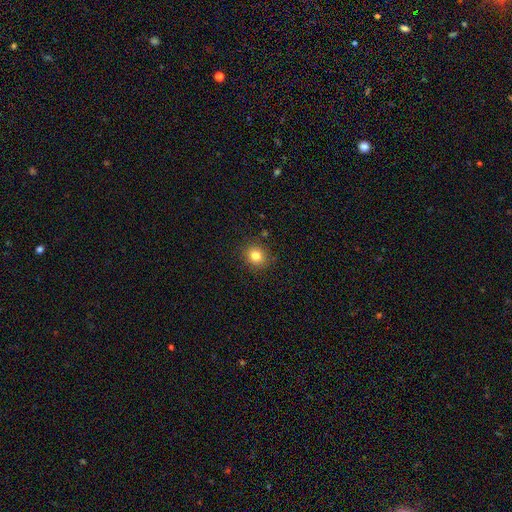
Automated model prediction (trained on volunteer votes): Q: Smooth or featured?
A: smooth (81%); runner-up: star or artifact (12%)
Q: How rounded?
A: round (83%); runner-up: in between (17%)
Q: Merging?
A: none (89%); runner-up: minor disturbance (8%)